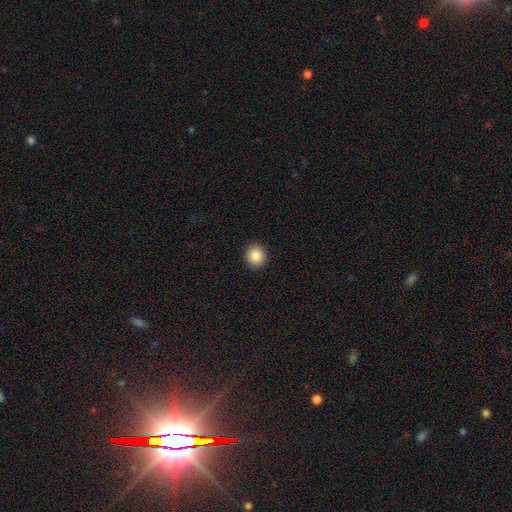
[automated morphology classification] Smooth or featured?
  - smooth: 87% *
  - star or artifact: 9%
  - featured or disk: 5%
How rounded?
  - round: 80% *
  - in between: 19%
  - cigar-shaped: 1%
Merging?
  - none: 92% *
  - minor disturbance: 6%
  - major disturbance: 2%
  - merger: 1%